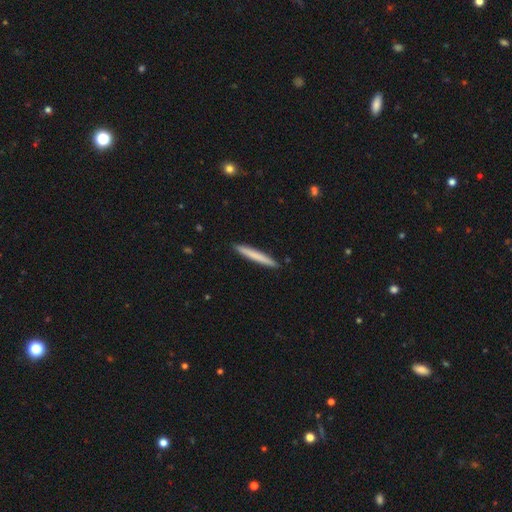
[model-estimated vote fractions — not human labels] Q: Smooth or featured?
A: smooth (73%); runner-up: featured or disk (22%)
Q: How rounded?
A: cigar-shaped (97%); runner-up: in between (2%)
Q: Merging?
A: none (92%); runner-up: minor disturbance (5%)